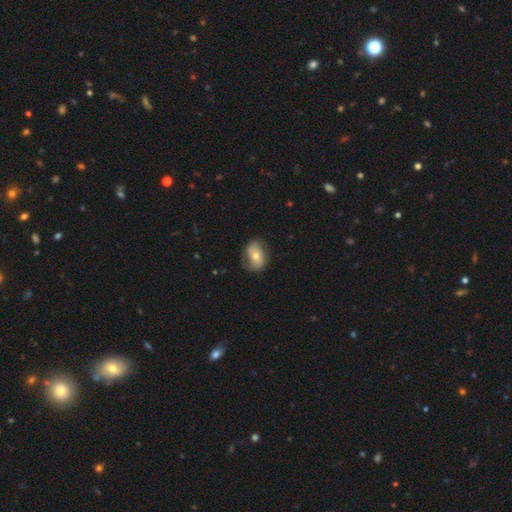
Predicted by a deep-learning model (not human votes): smooth_or_featured: smooth (p=0.54) [alt: featured or disk p=0.38]
how_rounded: in between (p=0.78) [alt: round p=0.20]
merging: none (p=0.68) [alt: minor disturbance p=0.23]